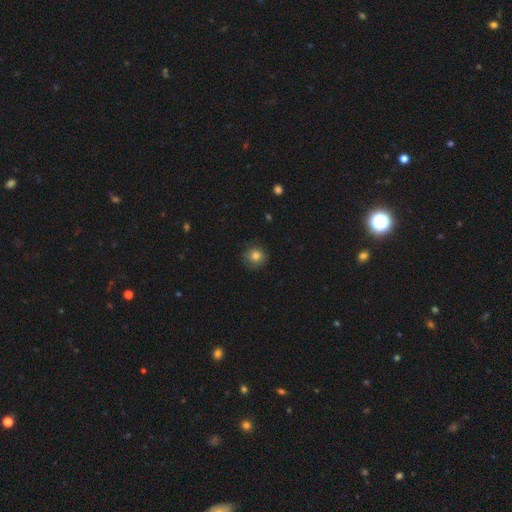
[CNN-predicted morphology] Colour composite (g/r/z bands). It shows a smooth galaxy with no disk features (80%) that is round (91%). Merging: none (83%).